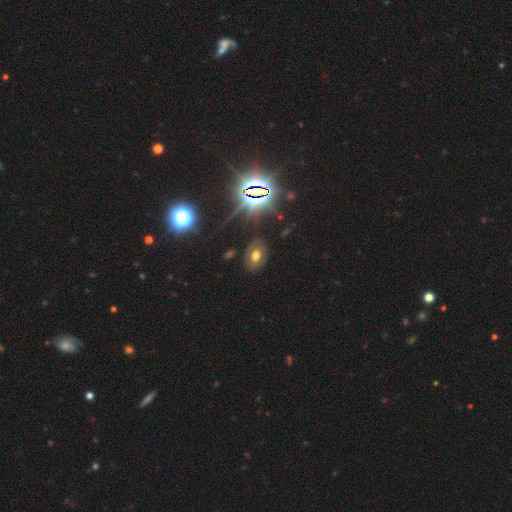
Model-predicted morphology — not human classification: Overall: smooth (53%; star or artifact 29%). How rounded: in between (82%). Merging: none (82%).